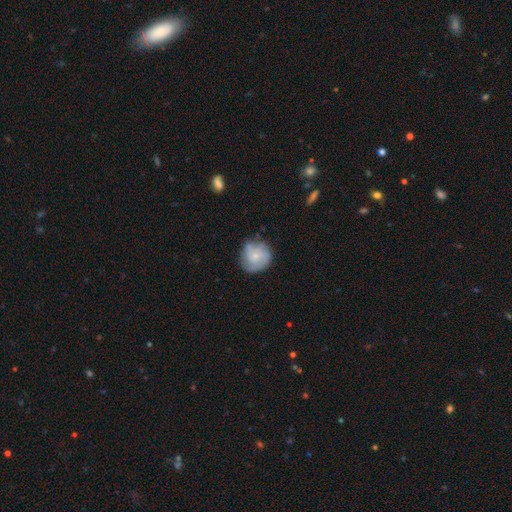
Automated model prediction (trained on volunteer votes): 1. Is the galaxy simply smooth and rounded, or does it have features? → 52% smooth, 41% featured or disk, 8% star or artifact.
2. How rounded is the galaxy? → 88% round, 11% in between, 1% cigar-shaped.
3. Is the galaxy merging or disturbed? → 68% none, 22% minor disturbance, 7% major disturbance, 3% merger.